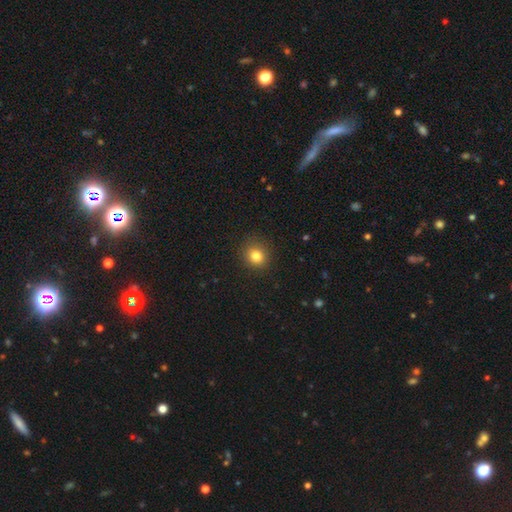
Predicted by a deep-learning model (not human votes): This appears to be a smooth galaxy with no disk features (82%) that is round (84%). Merging: none (89%).